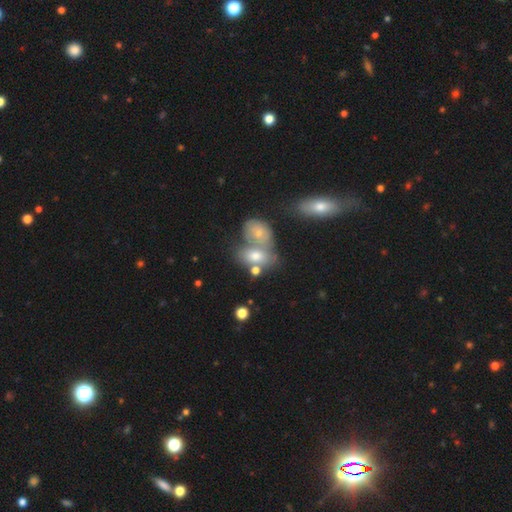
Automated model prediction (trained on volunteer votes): A smooth galaxy with no disk features (64%) that is in between round and cigar-shaped (78%). Merging: merger (55%).